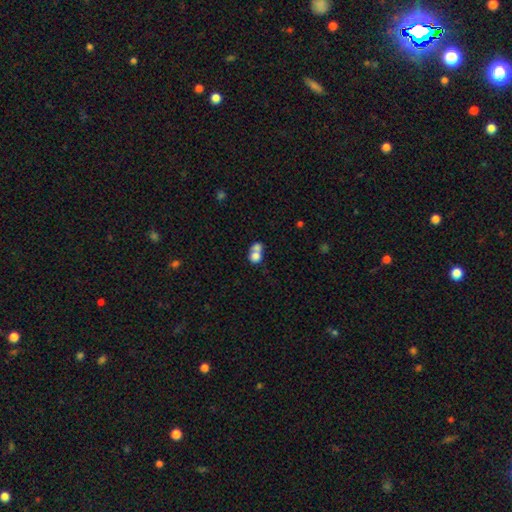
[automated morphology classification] This is likely a smooth galaxy (74%). How rounded: likely round (62%). Merging: likely merger (69%).